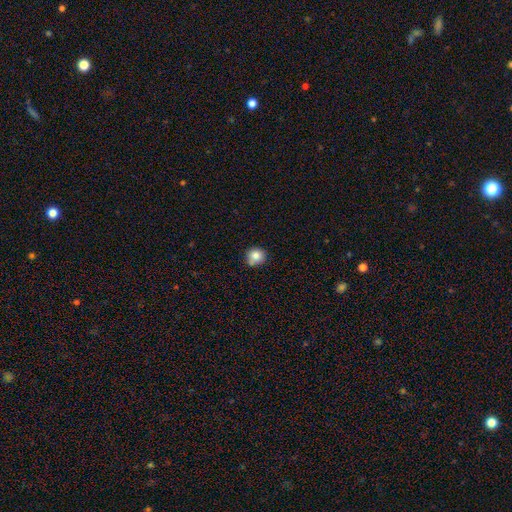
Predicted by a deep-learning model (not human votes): This appears to be a smooth galaxy with no disk features (82%) that is round (87%). Merging: none (75%).